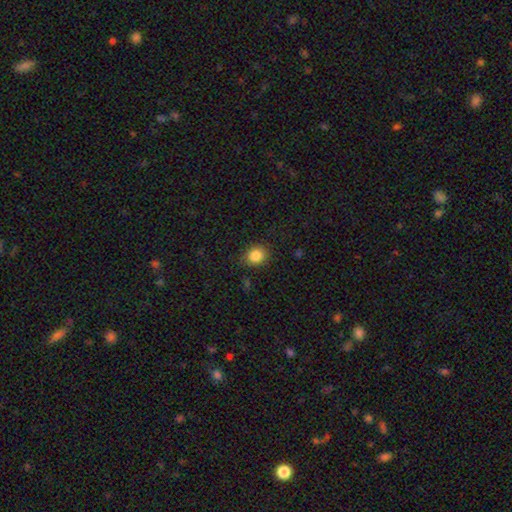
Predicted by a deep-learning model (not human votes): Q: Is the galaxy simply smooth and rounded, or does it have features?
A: smooth — 85%.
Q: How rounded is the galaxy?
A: round — 67%.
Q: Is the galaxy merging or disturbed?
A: none — 82%.